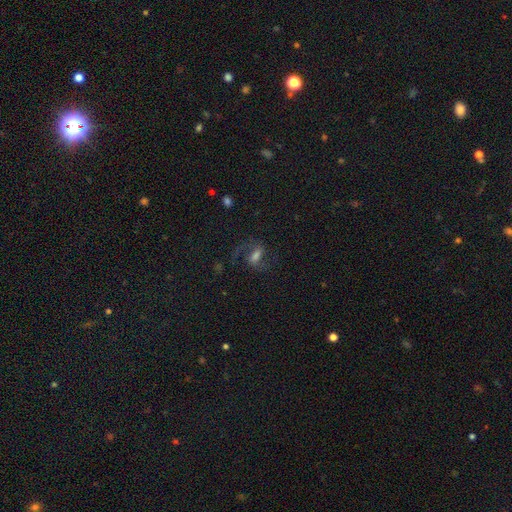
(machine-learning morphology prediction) Smooth or featured? featured or disk (66%)
Edge-on disk? no (95%)
Bar? weak (47%)
Spiral arms? yes (92%)
Spiral winding? loose (47%)
Spiral arm count? 2 (88%)
Bulge size? moderate (43%)
Merging? none (68%)